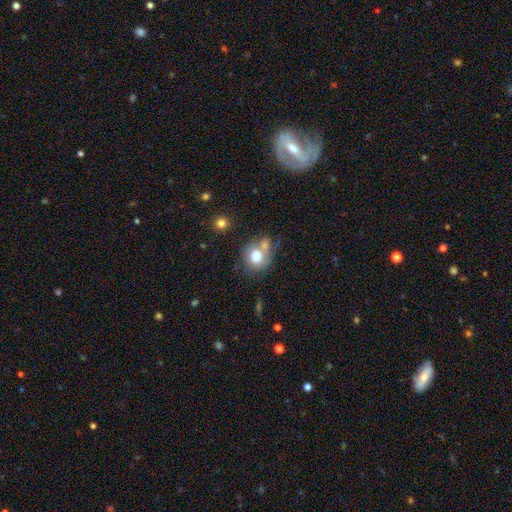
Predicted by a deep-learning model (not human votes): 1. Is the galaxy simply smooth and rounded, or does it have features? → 74% smooth, 17% featured or disk, 9% star or artifact.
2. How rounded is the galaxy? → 71% round, 28% in between, 1% cigar-shaped.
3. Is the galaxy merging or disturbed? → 43% none, 36% merger, 15% minor disturbance, 7% major disturbance.